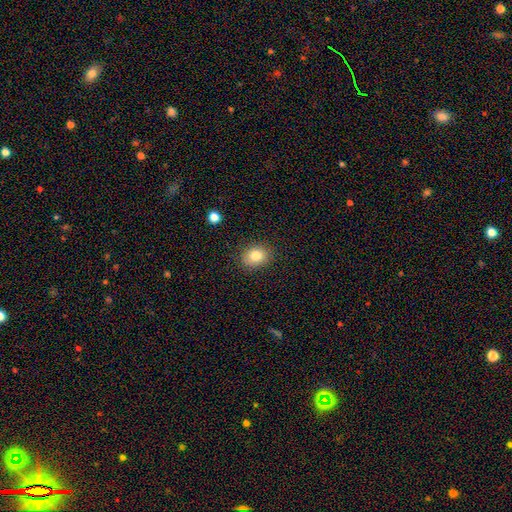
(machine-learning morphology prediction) smooth_or_featured: smooth (p=0.81) [alt: star or artifact p=0.10]
how_rounded: round (p=0.51) [alt: in between p=0.48]
merging: none (p=0.87) [alt: minor disturbance p=0.09]